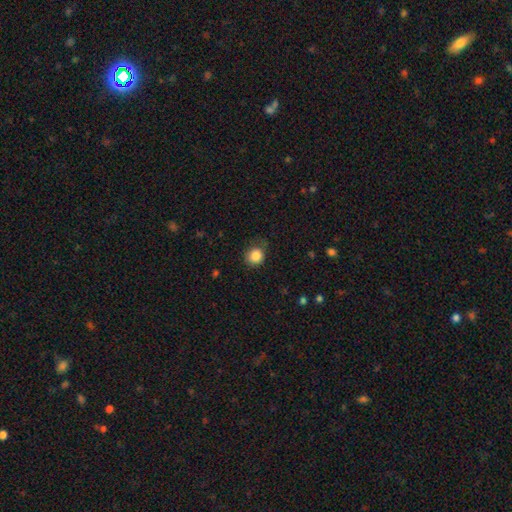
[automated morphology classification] A smooth galaxy with no disk features (86%) that is round (82%).

Vote fractions:
- Smooth or featured? smooth: 86% / star or artifact: 10% / featured or disk: 4%
- How rounded? round: 82% / in between: 17% / cigar-shaped: 1%
- Merging? none: 72% / minor disturbance: 21% / major disturbance: 5% / merger: 1%